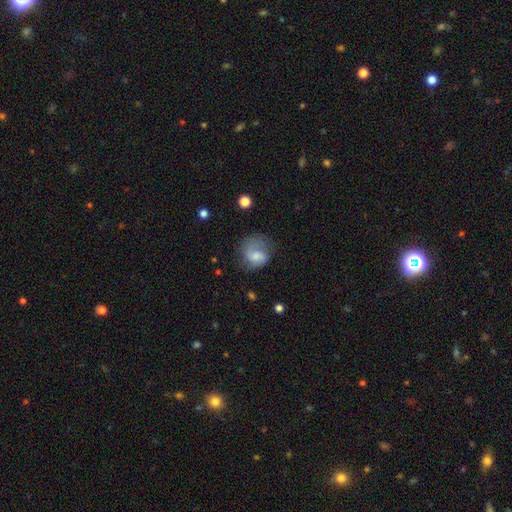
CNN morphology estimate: Smooth or featured? Predicted: featured or disk (p=0.46). Merging? Predicted: none (p=0.51).